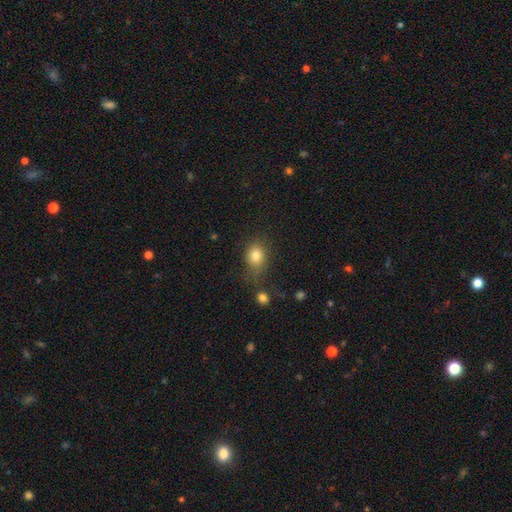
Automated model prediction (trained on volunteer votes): The model was most divided on "how rounded": round: 51%, in between: 48%, cigar-shaped: 1%. More confident: smooth or featured — smooth (80%); merging — none (61%).